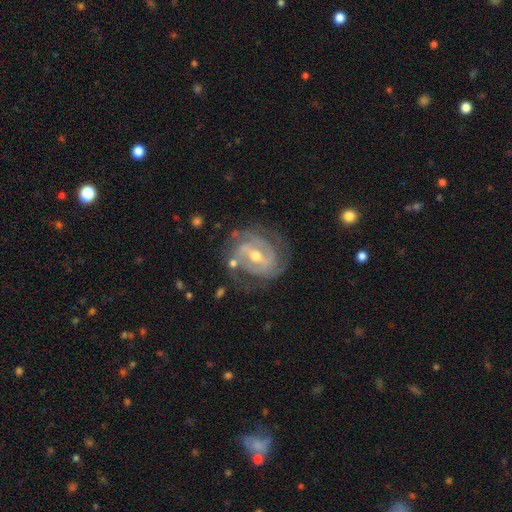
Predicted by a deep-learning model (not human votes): A featured or disk galaxy (88%) with a weak bar (42%), 2 (47%) tight (61%) spiral arms (92%) and a moderate central bulge (68%). Merging: none (68%).